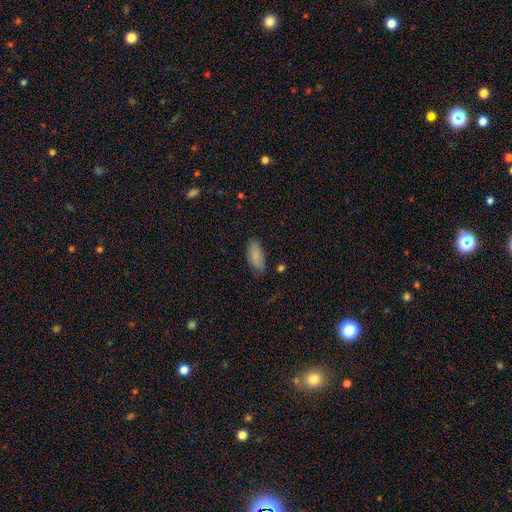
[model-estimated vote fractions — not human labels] This is clearly a smooth galaxy (85%). How rounded: clearly in between (87%). Merging: likely none (76%).